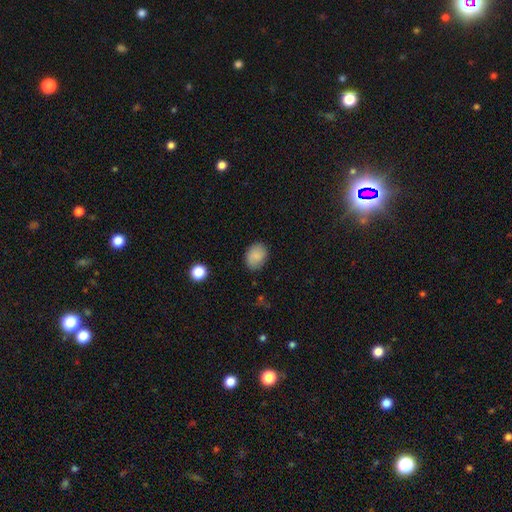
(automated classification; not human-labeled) A smooth galaxy with no disk features (86%) that is in between round and cigar-shaped (67%).

Vote fractions:
- Smooth or featured? smooth: 86% / star or artifact: 9% / featured or disk: 6%
- How rounded? in between: 67% / round: 32% / cigar-shaped: 1%
- Merging? none: 84% / minor disturbance: 12% / major disturbance: 3% / merger: 1%